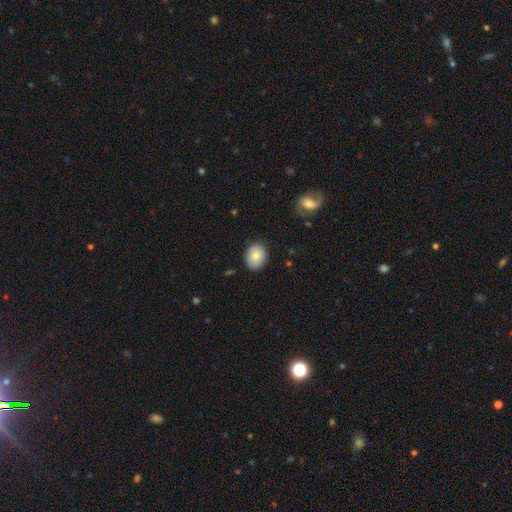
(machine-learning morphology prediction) Smooth or featured: smooth — 79% (featured or disk — 13%)
How rounded: round — 50% (in between — 49%)
Merging: none — 85% (minor disturbance — 11%)